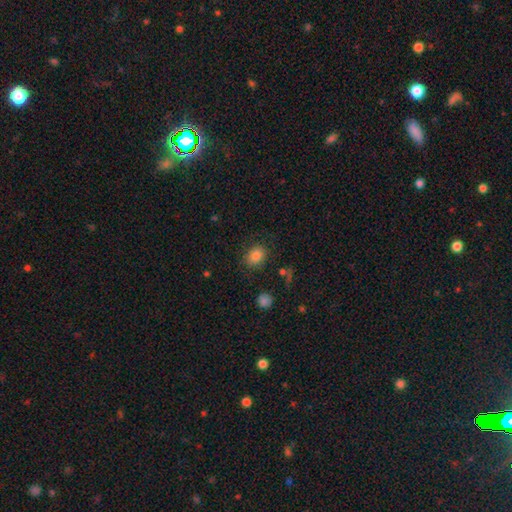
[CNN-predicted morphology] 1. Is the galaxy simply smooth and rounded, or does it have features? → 83% smooth, 11% star or artifact, 6% featured or disk.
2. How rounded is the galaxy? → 58% in between, 41% round, 1% cigar-shaped.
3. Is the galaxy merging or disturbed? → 80% none, 13% minor disturbance, 5% major disturbance, 2% merger.